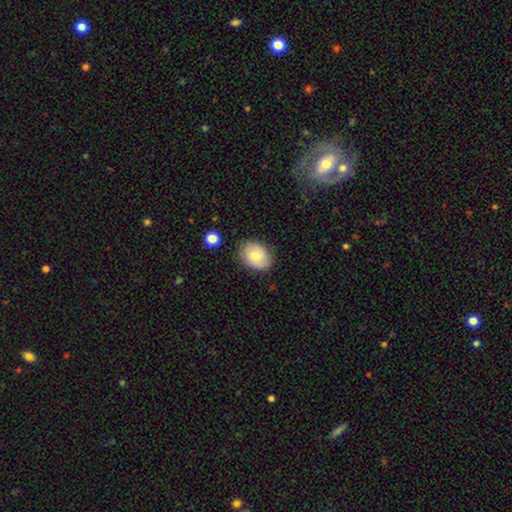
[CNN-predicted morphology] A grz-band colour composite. It shows a smooth galaxy with no disk features (71%) that is in between round and cigar-shaped (63%). Merging: none (82%).